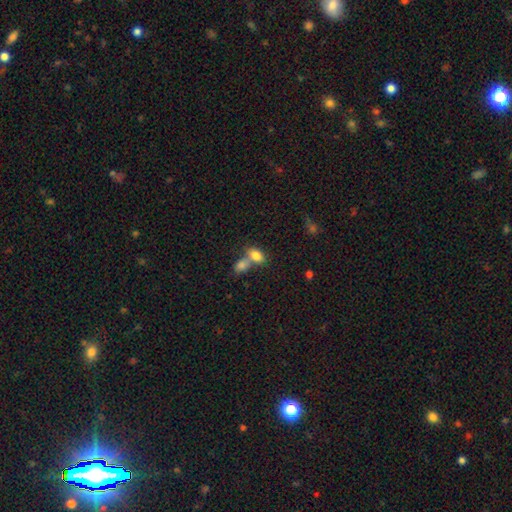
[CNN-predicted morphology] Smooth or featured: smooth — 81% (featured or disk — 10%)
How rounded: in between — 85% (round — 12%)
Merging: merger — 57% (none — 32%)